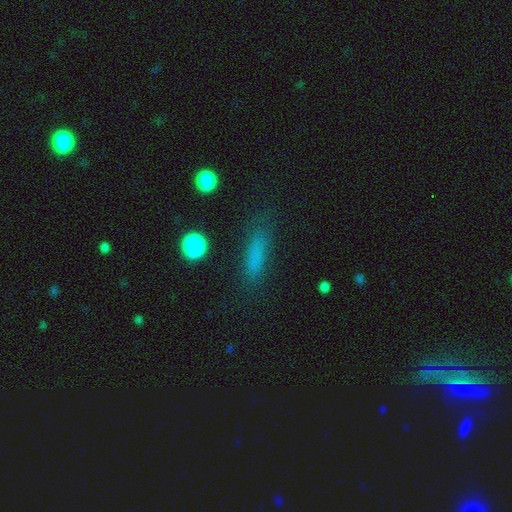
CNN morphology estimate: This appears to be a smooth galaxy with no disk features (74%) that is cigar-shaped (69%). Merging: none (78%).